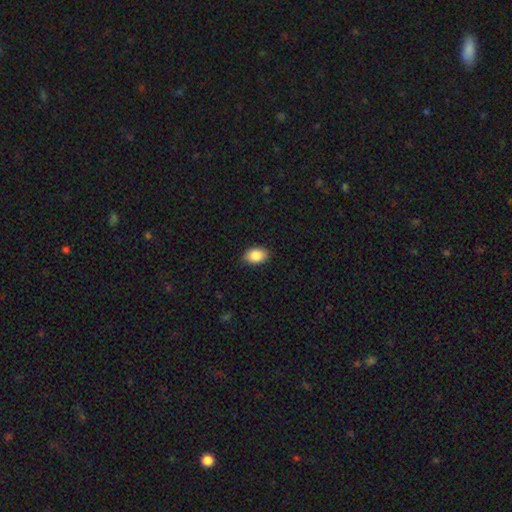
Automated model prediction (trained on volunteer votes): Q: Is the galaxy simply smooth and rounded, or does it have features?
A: smooth — 87%.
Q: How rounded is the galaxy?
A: in between — 84%.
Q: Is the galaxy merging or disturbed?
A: none — 86%.